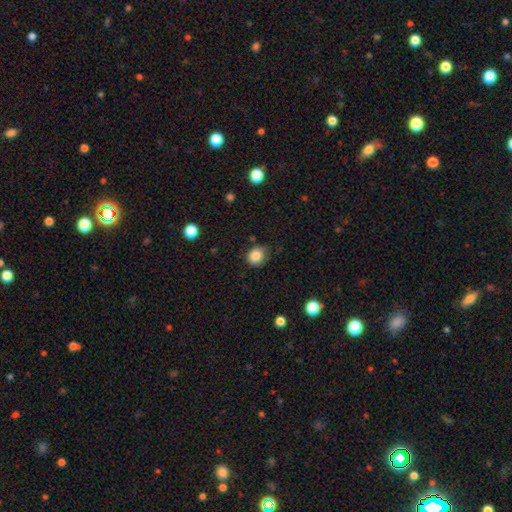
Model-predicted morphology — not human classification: Smooth or featured: smooth — 84% (star or artifact — 10%)
How rounded: round — 73% (in between — 26%)
Merging: none — 72% (minor disturbance — 22%)